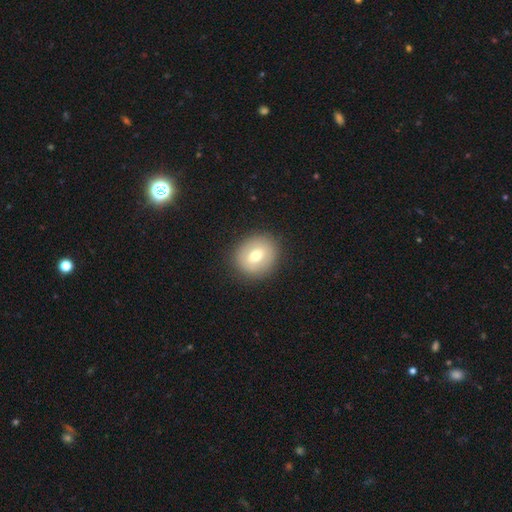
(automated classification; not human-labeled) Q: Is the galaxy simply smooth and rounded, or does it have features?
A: smooth — 67%.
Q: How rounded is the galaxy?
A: round — 77%.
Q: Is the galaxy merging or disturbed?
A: none — 89%.